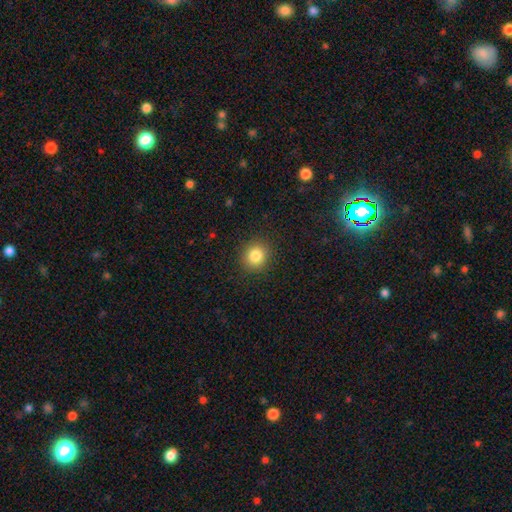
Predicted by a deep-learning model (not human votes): This is clearly a smooth galaxy (84%). How rounded: clearly round (86%). Merging: clearly none (90%).